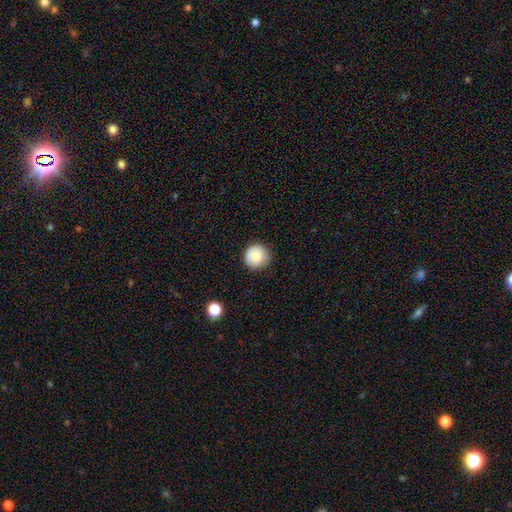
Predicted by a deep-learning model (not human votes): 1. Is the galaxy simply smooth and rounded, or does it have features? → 79% smooth, 12% featured or disk, 9% star or artifact.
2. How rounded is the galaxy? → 94% round, 5% in between, 1% cigar-shaped.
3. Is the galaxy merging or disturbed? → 84% none, 12% minor disturbance, 3% major disturbance, 1% merger.